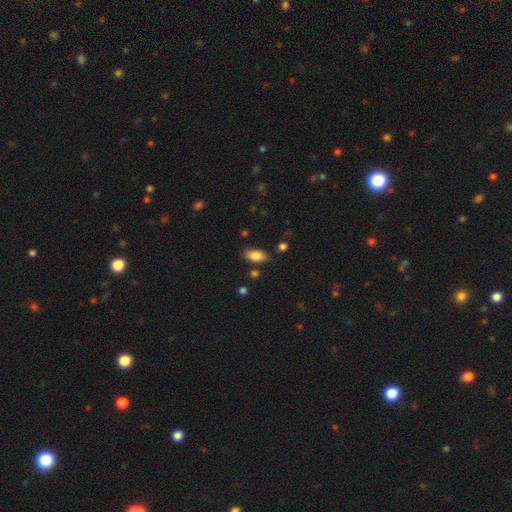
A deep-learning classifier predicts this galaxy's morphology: Q: Smooth or featured?
A: smooth (82%); runner-up: featured or disk (10%)
Q: How rounded?
A: in between (90%); runner-up: cigar-shaped (8%)
Q: Merging?
A: none (81%); runner-up: minor disturbance (13%)